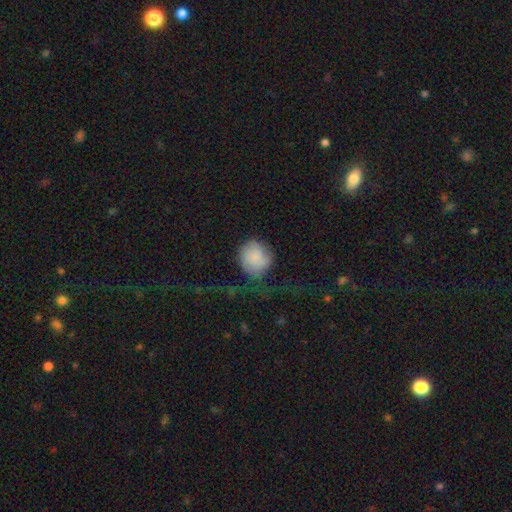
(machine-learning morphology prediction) smooth_or_featured: smooth (p=0.76) [alt: featured or disk p=0.16]
how_rounded: round (p=0.82) [alt: in between p=0.17]
merging: major disturbance (p=0.45) [alt: none p=0.28]